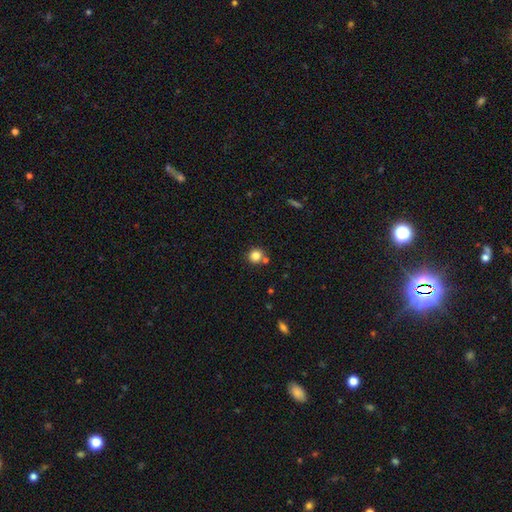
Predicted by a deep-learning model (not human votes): Smooth or featured? smooth (83%)
How rounded? round (90%)
Merging? none (72%)